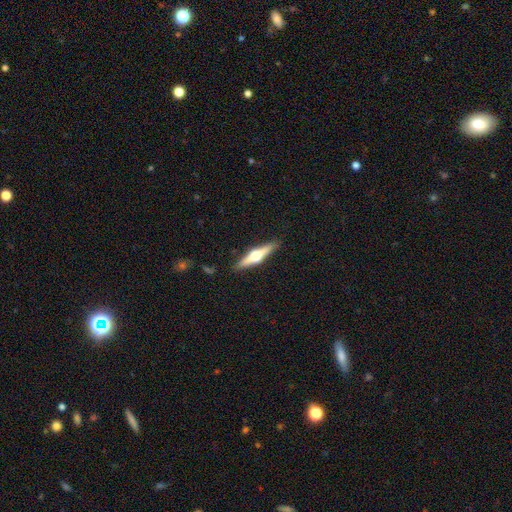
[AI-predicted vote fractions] smooth-or-featured: featured or disk: 66% | smooth: 29% | star or artifact: 5%
  disk-edge-on: yes: 97% | no: 3%
    edge-on-bulge: rounded: 95% | boxy: 3% | none: 2%
  merging: none: 89% | minor disturbance: 8% | major disturbance: 2% | merger: 1%